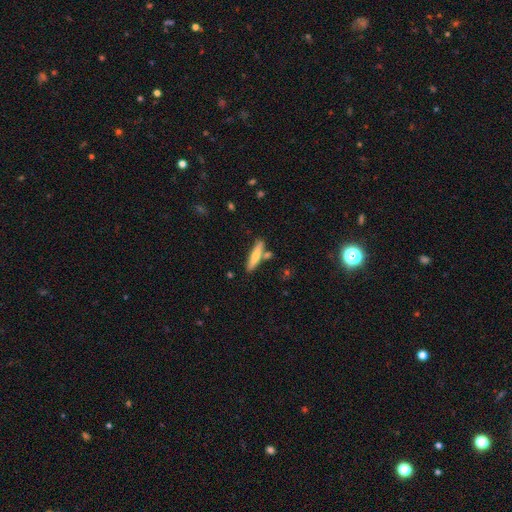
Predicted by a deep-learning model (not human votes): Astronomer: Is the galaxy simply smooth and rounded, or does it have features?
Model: smooth — 63%.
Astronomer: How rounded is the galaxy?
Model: cigar-shaped — 84%.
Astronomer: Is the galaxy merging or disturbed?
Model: none — 76%.